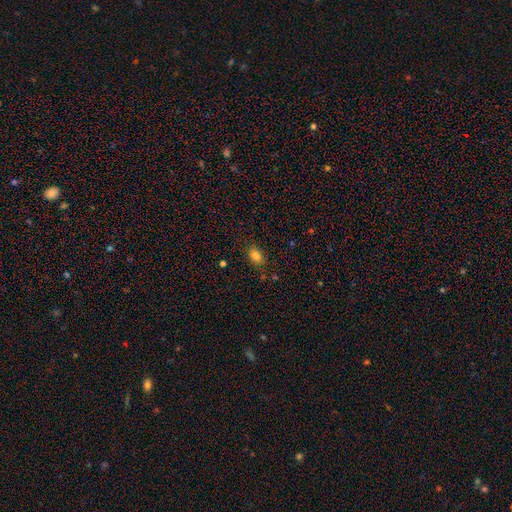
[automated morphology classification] Smooth or featured? Predicted: smooth (p=0.81). How rounded? Predicted: in between (p=0.72). Merging? Predicted: none (p=0.83).